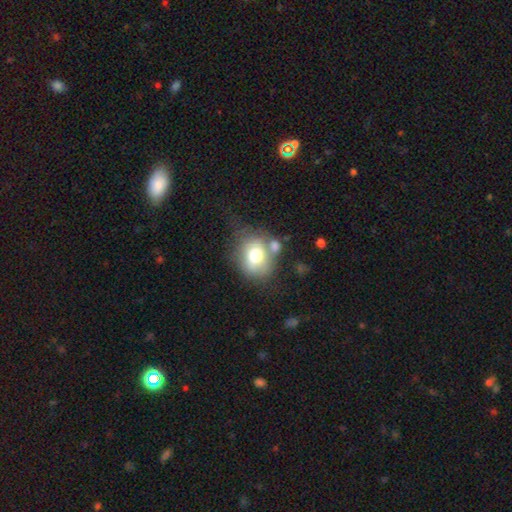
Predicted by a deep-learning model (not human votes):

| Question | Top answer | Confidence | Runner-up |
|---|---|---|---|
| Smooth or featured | smooth | 70% | featured or disk (21%) |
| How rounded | round | 56% | in between (43%) |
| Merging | none | 45% | merger (23%) |